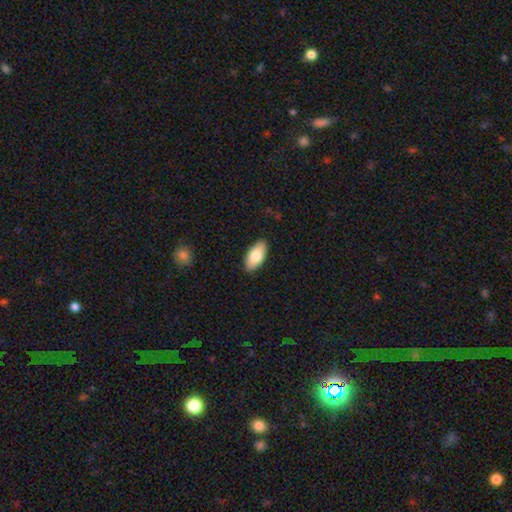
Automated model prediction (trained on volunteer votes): Q: Smooth or featured?
A: smooth (81%); runner-up: featured or disk (13%)
Q: How rounded?
A: in between (92%); runner-up: cigar-shaped (6%)
Q: Merging?
A: none (88%); runner-up: minor disturbance (9%)